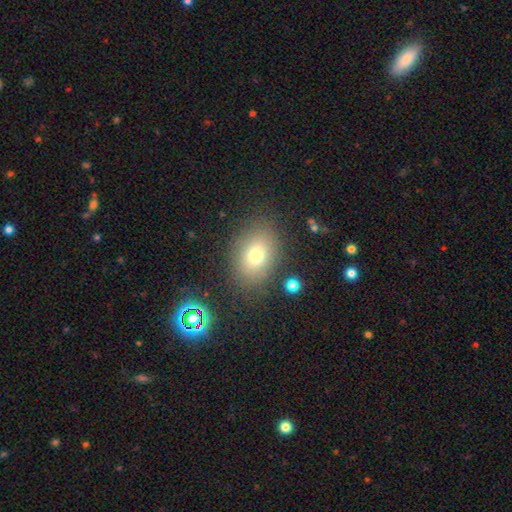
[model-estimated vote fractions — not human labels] A smooth galaxy with no disk features (72%) that is in between round and cigar-shaped (64%).

Vote fractions:
- Smooth or featured? smooth: 72% / star or artifact: 15% / featured or disk: 13%
- How rounded? in between: 64% / round: 35% / cigar-shaped: 1%
- Merging? none: 81% / minor disturbance: 11% / major disturbance: 5% / merger: 3%